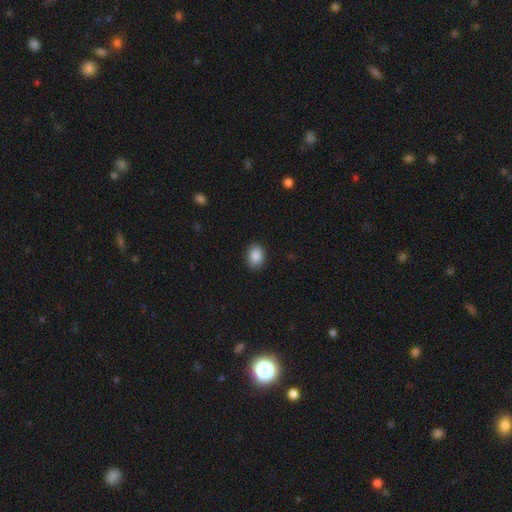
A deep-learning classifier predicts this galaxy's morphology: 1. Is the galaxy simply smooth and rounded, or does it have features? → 88% smooth, 8% star or artifact, 4% featured or disk.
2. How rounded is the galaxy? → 62% in between, 37% round, 1% cigar-shaped.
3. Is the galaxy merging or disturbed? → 88% none, 9% minor disturbance, 2% major disturbance, 1% merger.